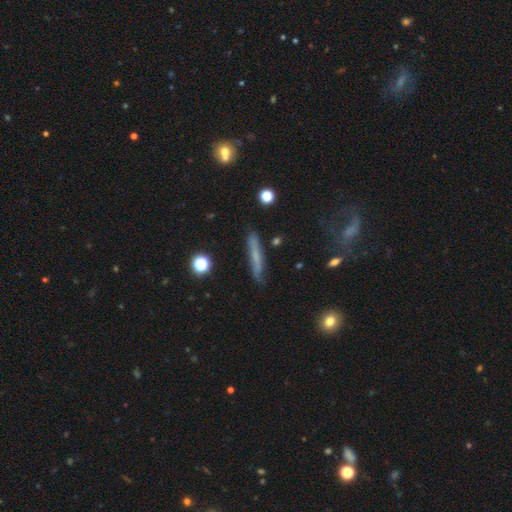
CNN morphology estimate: Smooth or featured? smooth (56%)
How rounded? cigar-shaped (93%)
Merging? none (82%)